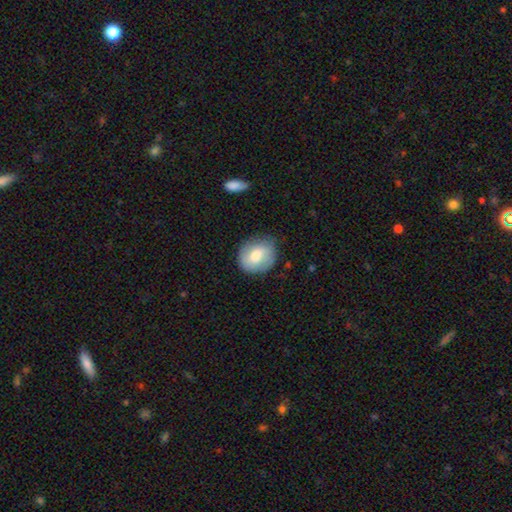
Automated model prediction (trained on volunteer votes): Overall: smooth (70%). How rounded: round (65%; in between 34%). Merging: none (71%).